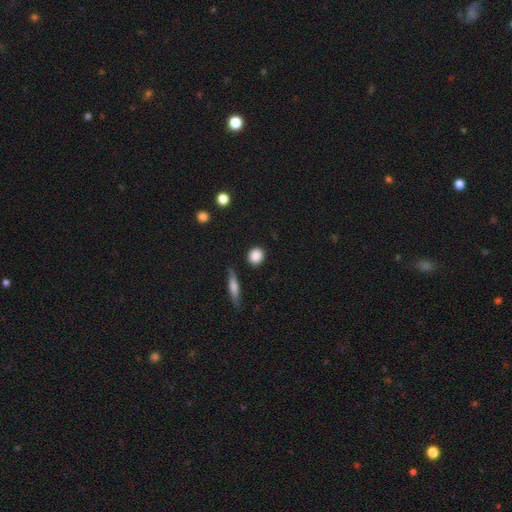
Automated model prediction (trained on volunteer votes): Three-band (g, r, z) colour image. It shows a smooth galaxy with no disk features (87%) that is round (78%). Merging: none (86%).